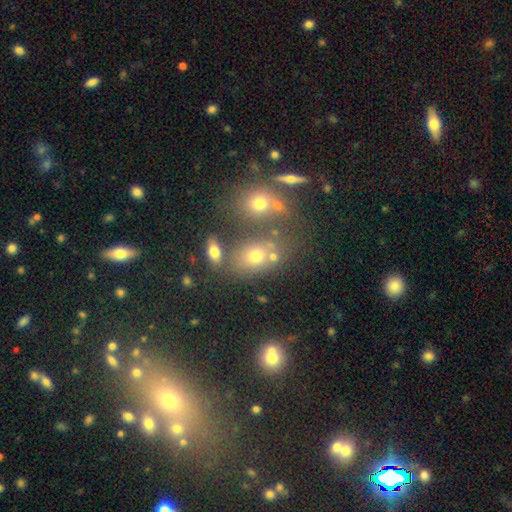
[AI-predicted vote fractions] Smooth or featured: smooth — 62% (star or artifact — 20%)
How rounded: in between — 65% (round — 32%)
Merging: none — 56% (merger — 24%)